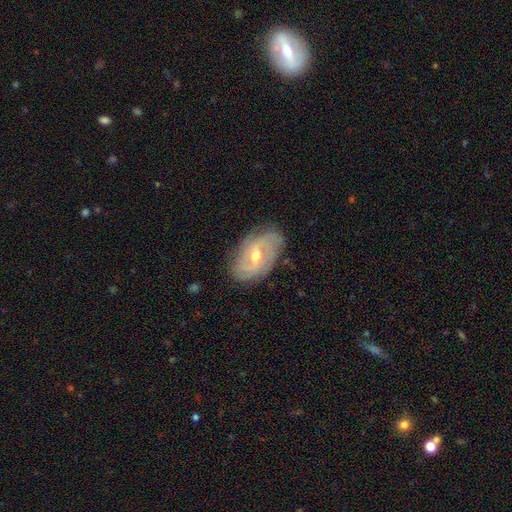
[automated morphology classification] smooth_or_featured: featured or disk (p=0.77) [alt: smooth p=0.17]
disk_edge_on: no (p=0.94) [alt: yes p=0.06]
bar: weak (p=0.50) [alt: no p=0.34]
has_spiral_arms: yes (p=0.89) [alt: no p=0.11]
spiral_winding: tight (p=0.43) [alt: medium p=0.39]
spiral_arm_count: 2 (p=0.48) [alt: can't tell p=0.27]
bulge_size: moderate (p=0.65) [alt: small p=0.31]
merging: none (p=0.74) [alt: minor disturbance p=0.19]